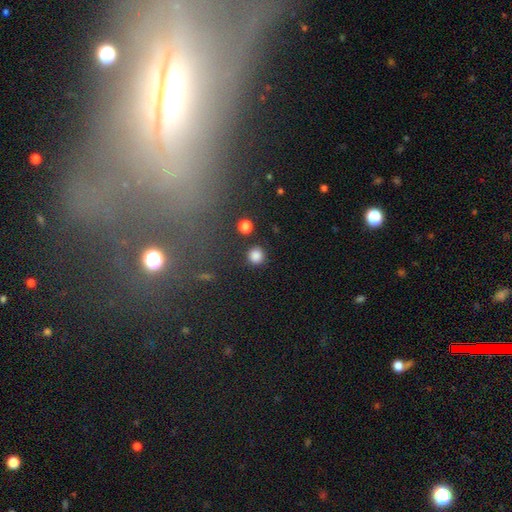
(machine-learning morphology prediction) A smooth galaxy with no disk features (84%) that is round (94%). Merging: none (88%).